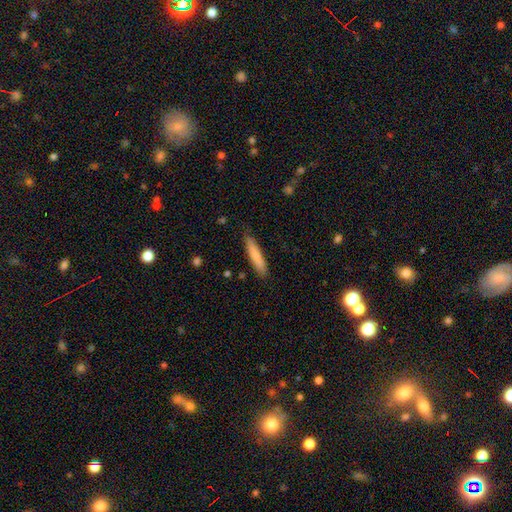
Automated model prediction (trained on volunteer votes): A smooth galaxy with no disk features (79%) that is cigar-shaped (88%). Merging: none (85%).